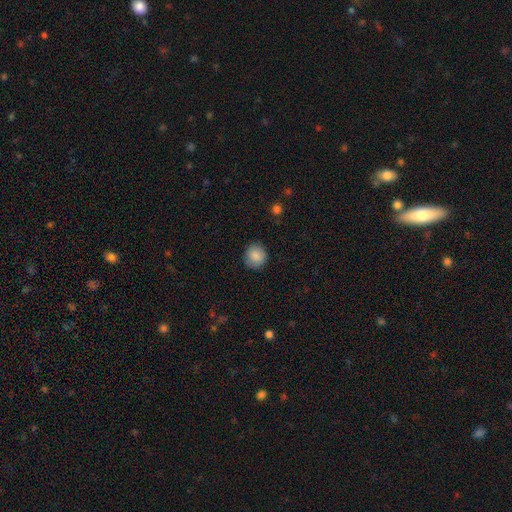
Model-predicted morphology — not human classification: The model was most divided on "merging": none: 87%, minor disturbance: 9%, major disturbance: 3%, merger: 1%. More confident: how rounded — round (90%); smooth or featured — smooth (87%).